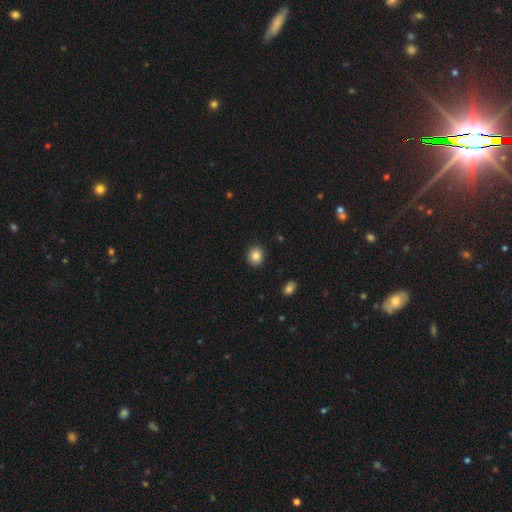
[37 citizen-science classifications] Smooth or featured? smooth (89%)
How rounded? round (70%)
Merging? none (91%)